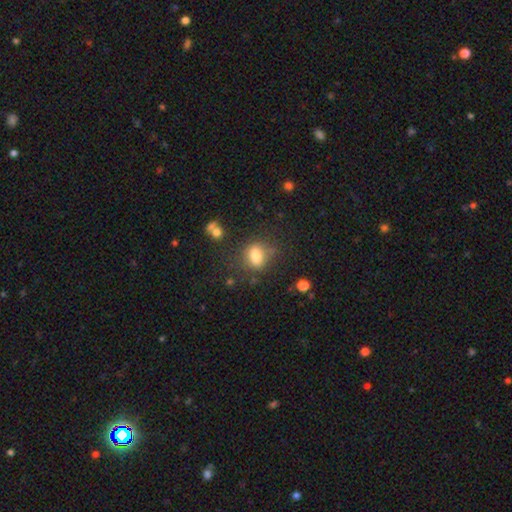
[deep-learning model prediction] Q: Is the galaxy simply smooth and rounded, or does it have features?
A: smooth — 78%.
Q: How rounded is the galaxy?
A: in between — 66%.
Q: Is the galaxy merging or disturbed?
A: none — 65%.